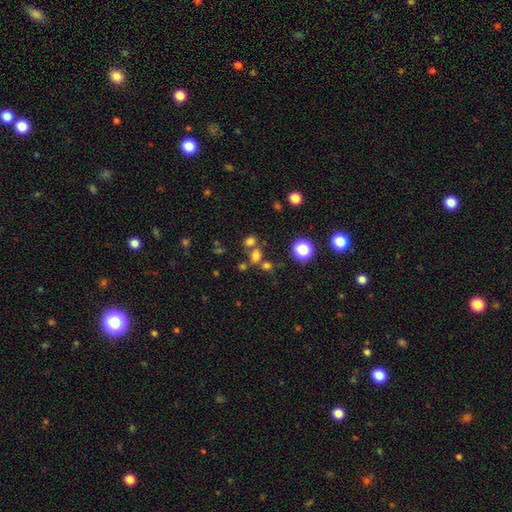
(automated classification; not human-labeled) A smooth galaxy with no disk features (66%) that is in between round and cigar-shaped (57%).

Vote fractions:
- Smooth or featured? smooth: 66% / star or artifact: 25% / featured or disk: 9%
- How rounded? in between: 57% / round: 41% / cigar-shaped: 2%
- Merging? none: 53% / merger: 32% / minor disturbance: 10% / major disturbance: 5%